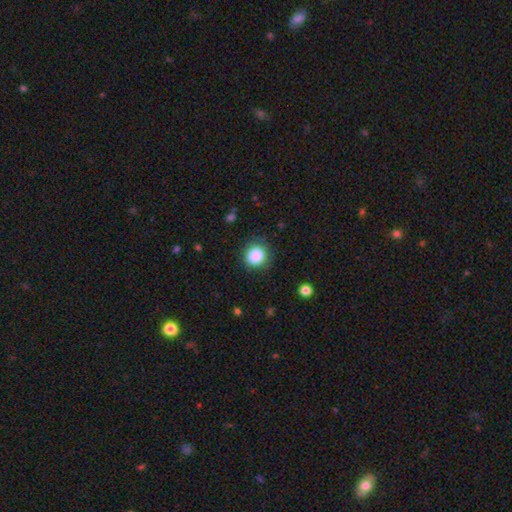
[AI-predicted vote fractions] Smooth or featured: smooth — 87% (star or artifact — 9%)
How rounded: round — 86% (in between — 13%)
Merging: none — 85% (minor disturbance — 10%)